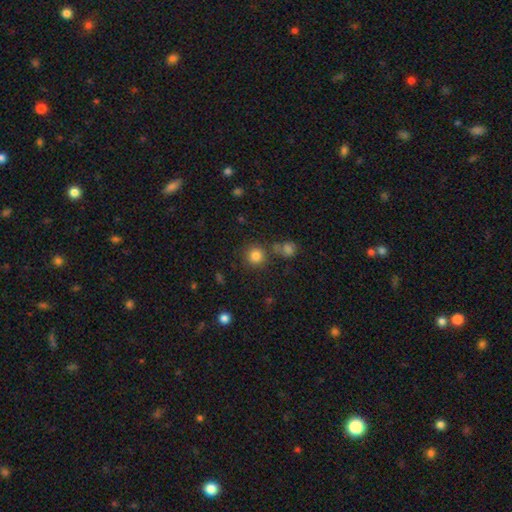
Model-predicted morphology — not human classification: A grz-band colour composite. It shows a smooth galaxy with no disk features (83%) that is round (91%). Merging: none (77%).